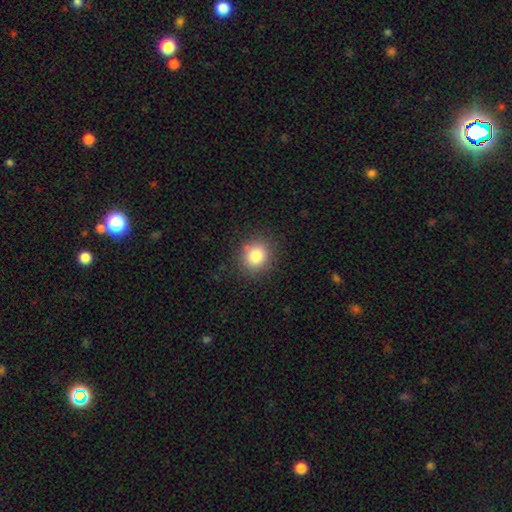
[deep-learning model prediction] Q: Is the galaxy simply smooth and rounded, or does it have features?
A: smooth — 82%.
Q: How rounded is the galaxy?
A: round — 82%.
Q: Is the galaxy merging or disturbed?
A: none — 86%.